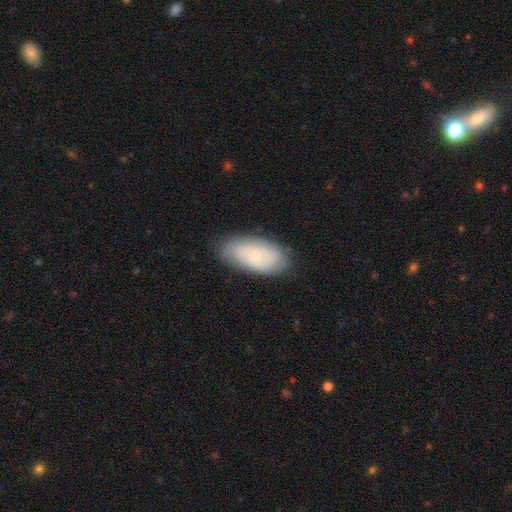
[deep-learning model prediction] This appears to be a smooth galaxy with no disk features (49%). Merging: none (80%).